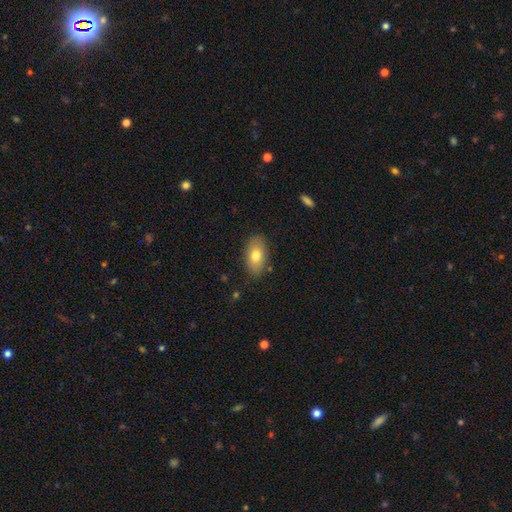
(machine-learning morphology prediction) Smooth or featured? smooth (77%)
How rounded? in between (91%)
Merging? none (84%)